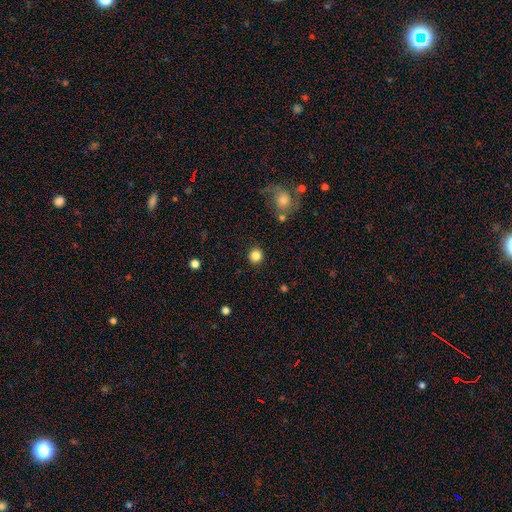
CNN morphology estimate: Q: Smooth or featured?
A: smooth (85%); runner-up: star or artifact (11%)
Q: How rounded?
A: round (92%); runner-up: in between (7%)
Q: Merging?
A: none (90%); runner-up: minor disturbance (6%)